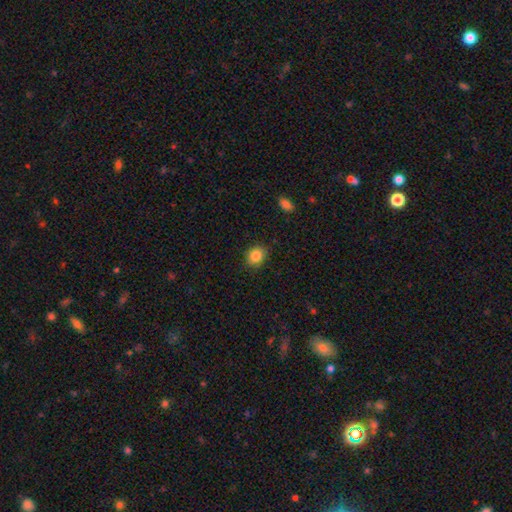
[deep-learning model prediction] The model was most divided on "how rounded": round: 58%, in between: 41%, cigar-shaped: 1%. More confident: smooth or featured — smooth (86%); merging — none (85%).